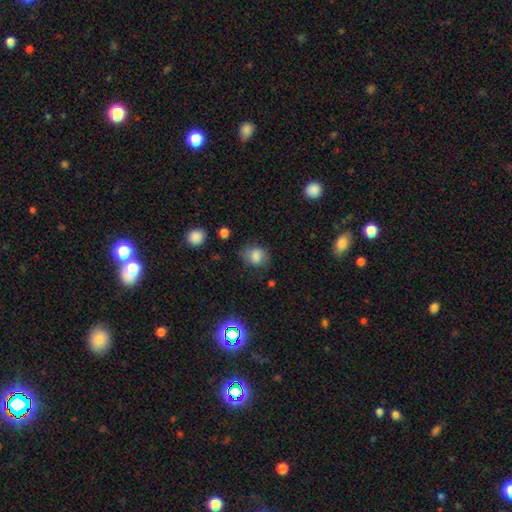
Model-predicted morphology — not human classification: smooth_or_featured: smooth (p=0.81) [alt: star or artifact p=0.11]
how_rounded: round (p=0.55) [alt: in between p=0.44]
merging: none (p=0.68) [alt: minor disturbance p=0.23]